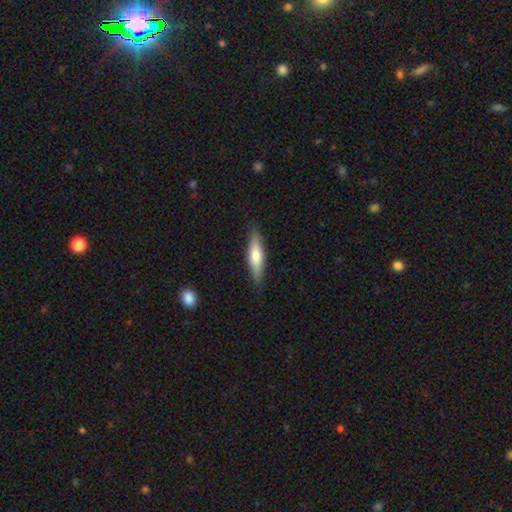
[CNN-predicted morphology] Q: Smooth or featured?
A: smooth (64%); runner-up: featured or disk (31%)
Q: How rounded?
A: cigar-shaped (70%); runner-up: in between (29%)
Q: Merging?
A: none (86%); runner-up: minor disturbance (11%)